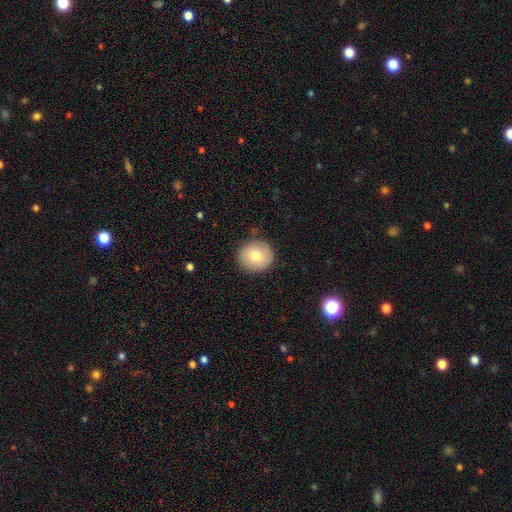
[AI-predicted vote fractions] The model was most divided on "smooth or featured": smooth: 75%, featured or disk: 16%, star or artifact: 9%. More confident: how rounded — round (89%); merging — none (88%).